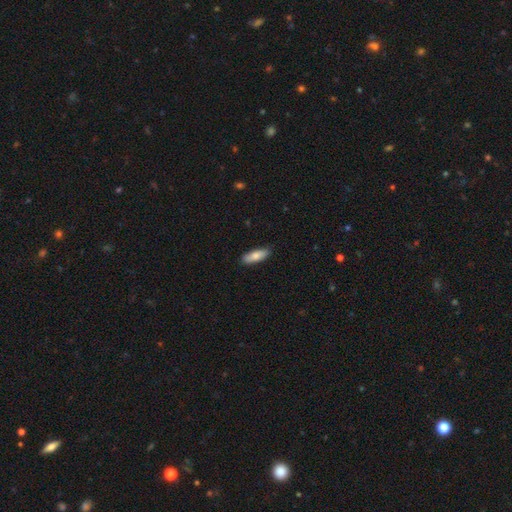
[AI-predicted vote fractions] A smooth galaxy with no disk features (79%) that is in between round and cigar-shaped (59%).

Vote fractions:
- Smooth or featured? smooth: 79% / featured or disk: 15% / star or artifact: 6%
- How rounded? in between: 59% / cigar-shaped: 39% / round: 2%
- Merging? none: 88% / minor disturbance: 10% / major disturbance: 2% / merger: 1%